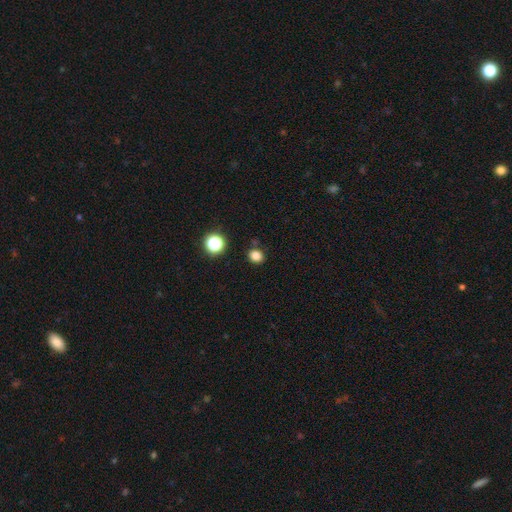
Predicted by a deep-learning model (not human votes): This appears to be a smooth galaxy with no disk features (82%) that is round (69%). Merging: none (84%).